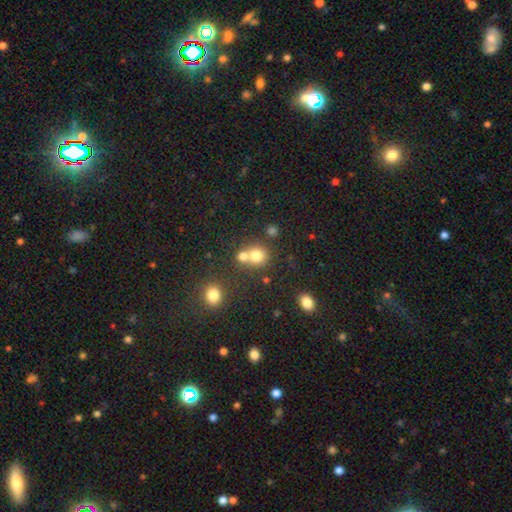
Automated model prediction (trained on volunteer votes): Q: Smooth or featured?
A: smooth (75%); runner-up: star or artifact (15%)
Q: How rounded?
A: round (85%); runner-up: in between (14%)
Q: Merging?
A: none (48%); runner-up: merger (42%)